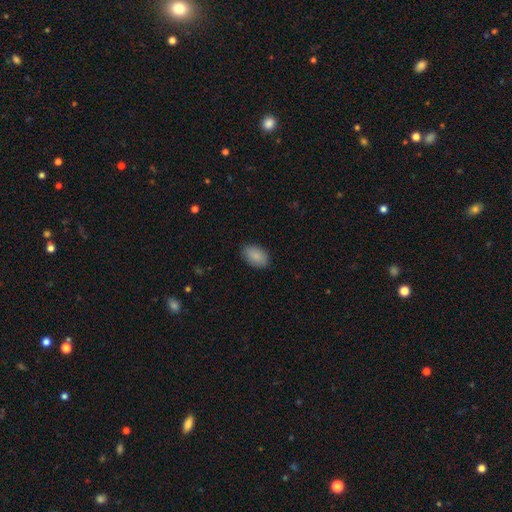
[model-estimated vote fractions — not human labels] smooth_or_featured: smooth (p=0.89) [alt: star or artifact p=0.07]
how_rounded: in between (p=0.90) [alt: round p=0.09]
merging: none (p=0.86) [alt: minor disturbance p=0.10]